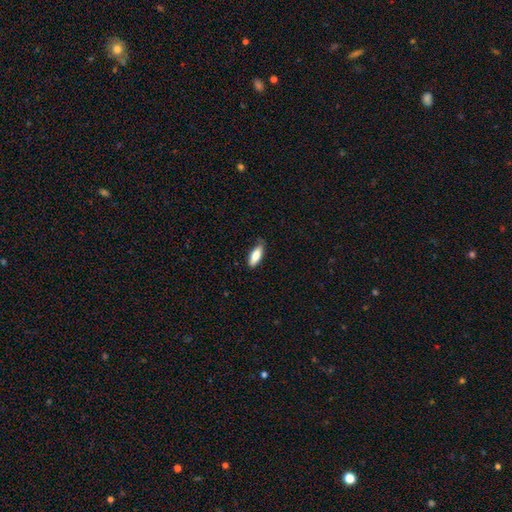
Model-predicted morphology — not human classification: smooth_or_featured: smooth (p=0.83) [alt: featured or disk p=0.10]
how_rounded: in between (p=0.73) [alt: cigar-shaped p=0.25]
merging: none (p=0.70) [alt: minor disturbance p=0.25]